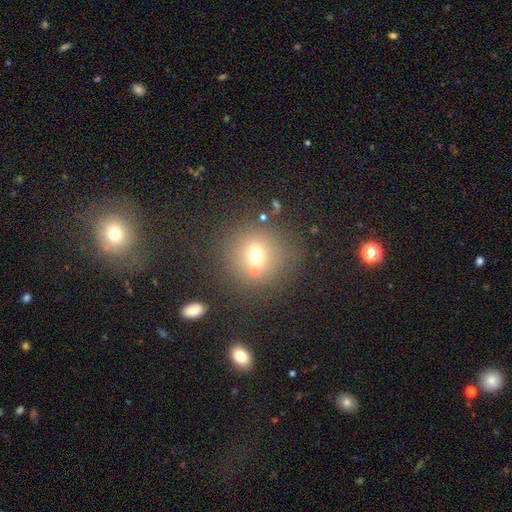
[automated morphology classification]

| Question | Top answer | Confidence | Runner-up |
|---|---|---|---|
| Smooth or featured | smooth | 67% | star or artifact (19%) |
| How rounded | round | 90% | in between (9%) |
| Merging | none | 76% | minor disturbance (10%) |